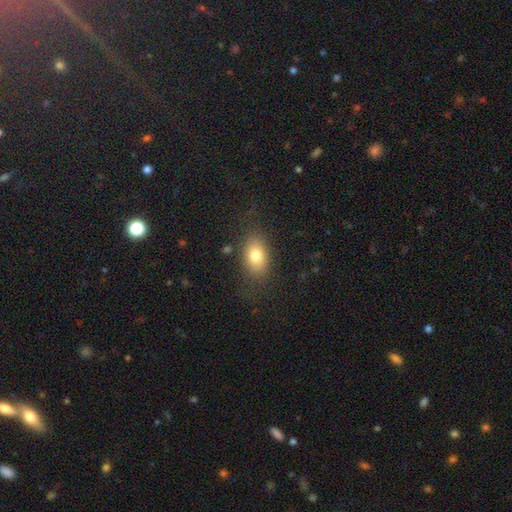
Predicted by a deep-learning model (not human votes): Q: Smooth or featured?
A: smooth (77%); runner-up: featured or disk (13%)
Q: How rounded?
A: in between (82%); runner-up: round (16%)
Q: Merging?
A: none (79%); runner-up: minor disturbance (13%)